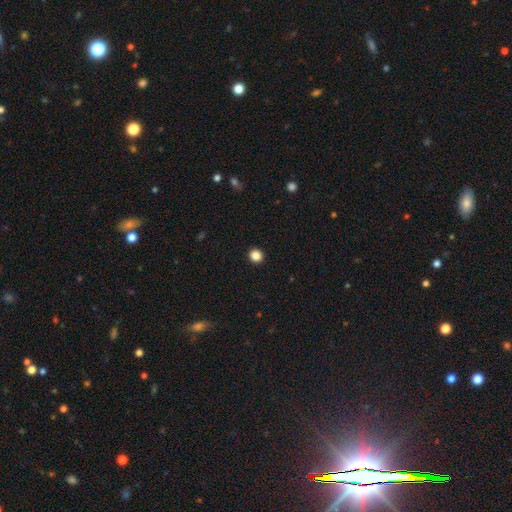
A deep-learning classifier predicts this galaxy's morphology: This appears to be a smooth galaxy with no disk features (86%) that is round (88%). Merging: none (93%).